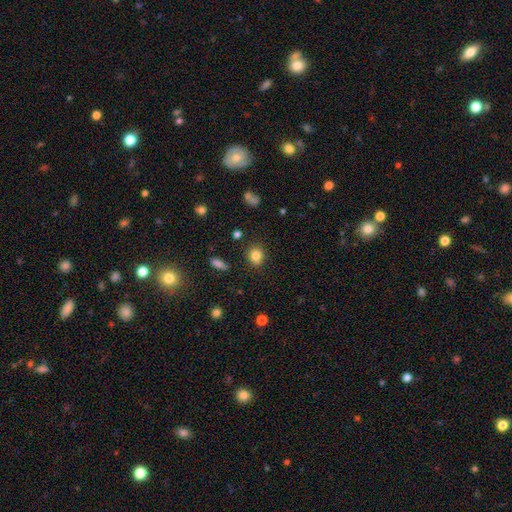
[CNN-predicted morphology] smooth-or-featured: smooth: 82% | star or artifact: 11% | featured or disk: 7%
  how-rounded: round: 68% | in between: 30% | cigar-shaped: 1%
  merging: none: 84% | minor disturbance: 10% | major disturbance: 3% | merger: 2%